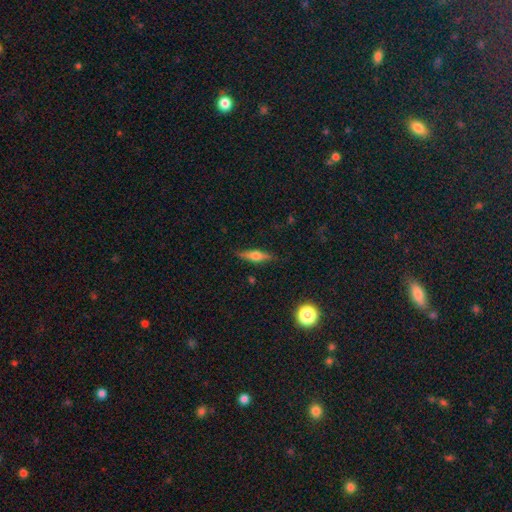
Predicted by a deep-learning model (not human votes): Smooth or featured: featured or disk — 48% (smooth — 44%)
Merging: none — 86% (minor disturbance — 11%)